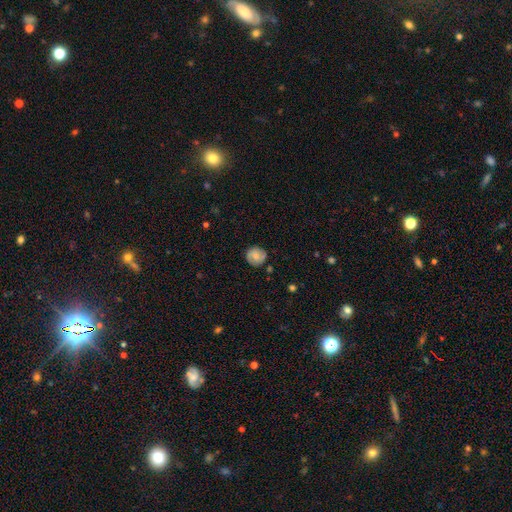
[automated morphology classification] The model was most divided on "smooth or featured": smooth: 53%, featured or disk: 39%, star or artifact: 8%. More confident: how rounded — round (88%); merging — none (82%).